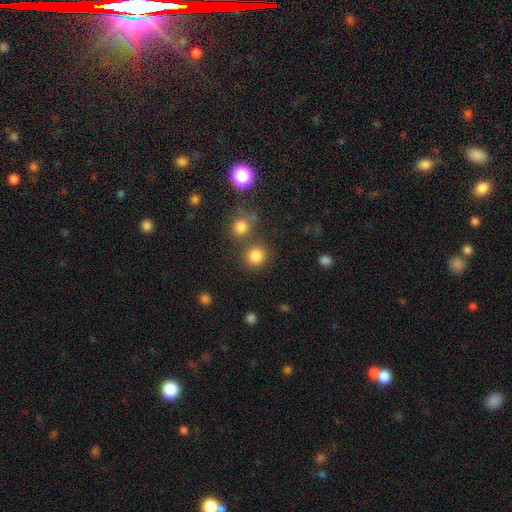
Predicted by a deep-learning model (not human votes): Morphology: type=smooth (81%); roundness=round (89%); merging=none (71%).